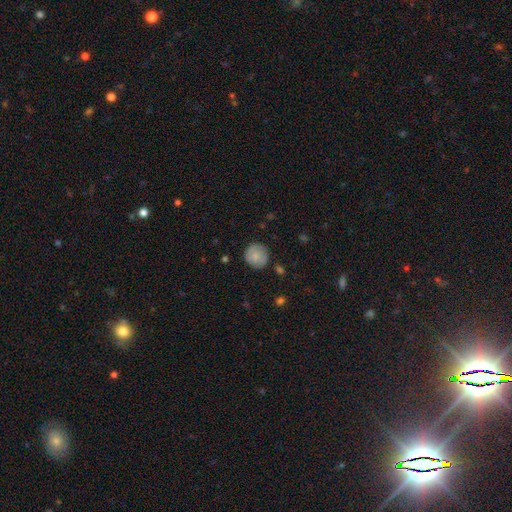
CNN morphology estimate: This appears to be a smooth galaxy with no disk features (76%) that is round (93%). Merging: none (82%).